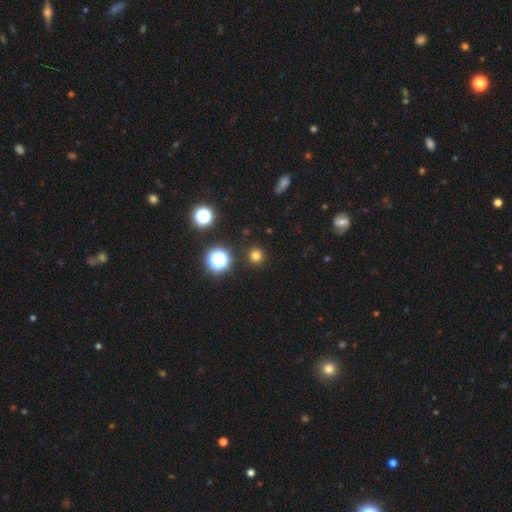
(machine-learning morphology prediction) Smooth or featured? Predicted: smooth (p=0.75). How rounded? Predicted: round (p=0.94). Merging? Predicted: none (p=0.91).